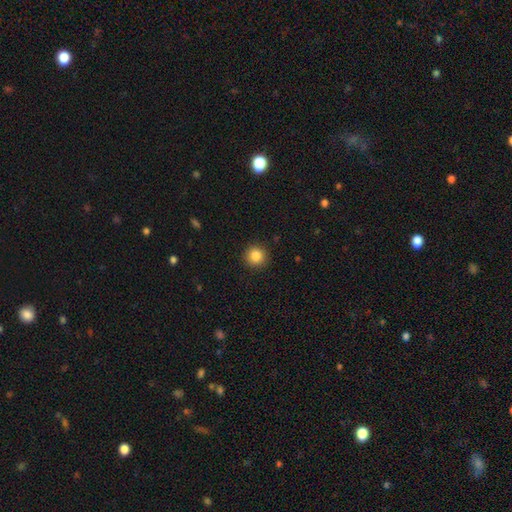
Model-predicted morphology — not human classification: smooth_or_featured: smooth (p=0.86) [alt: star or artifact p=0.10]
how_rounded: round (p=0.94) [alt: in between p=0.05]
merging: none (p=0.92) [alt: minor disturbance p=0.06]